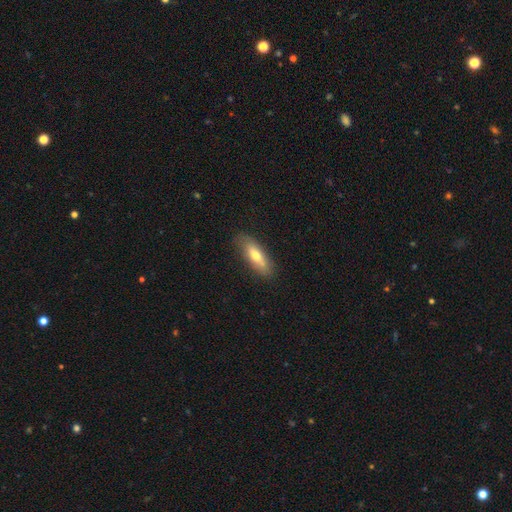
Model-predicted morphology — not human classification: Overall: smooth (62%; featured or disk 31%). How rounded: in between (60%; cigar-shaped 37%). Merging: none (78%).